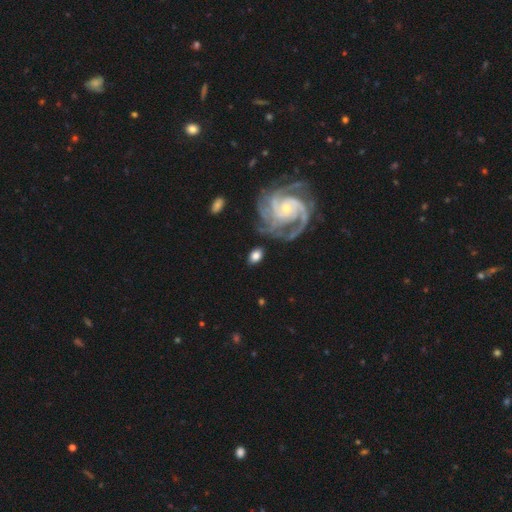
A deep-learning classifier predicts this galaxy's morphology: smooth_or_featured: featured or disk (p=0.46) [tied with: smooth p=0.46]
merging: none (p=0.75) [alt: minor disturbance p=0.14]